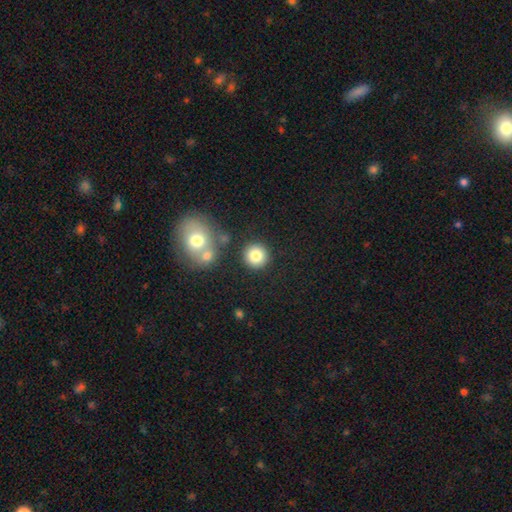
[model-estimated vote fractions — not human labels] Morphology: type=smooth (83%); roundness=round (94%); merging=none (85%).